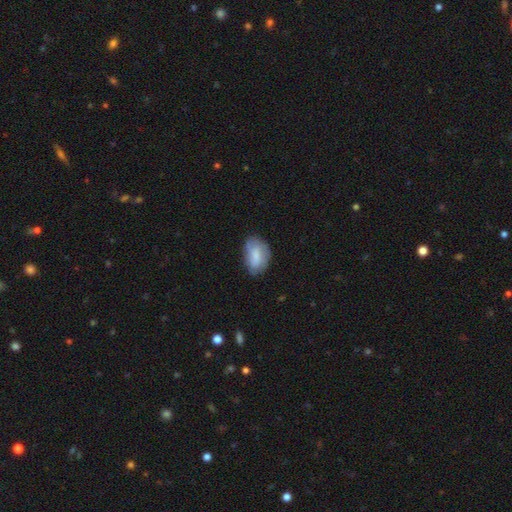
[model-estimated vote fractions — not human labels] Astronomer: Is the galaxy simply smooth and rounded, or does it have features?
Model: smooth — 70%.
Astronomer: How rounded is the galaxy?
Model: in between — 90%.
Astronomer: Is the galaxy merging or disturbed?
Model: none — 64%.